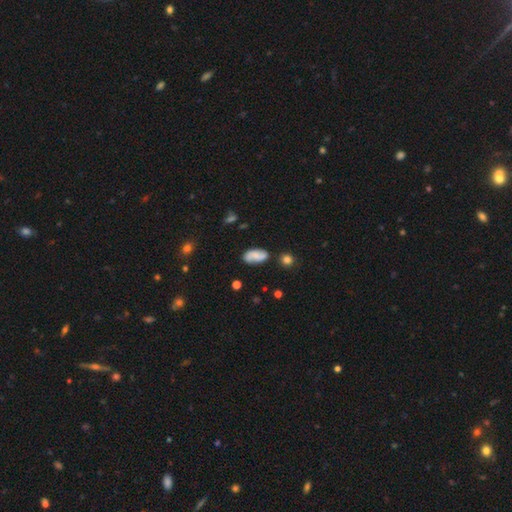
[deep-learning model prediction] This appears to be a smooth galaxy with no disk features (54%) that is in between round and cigar-shaped (89%). Merging: none (69%).